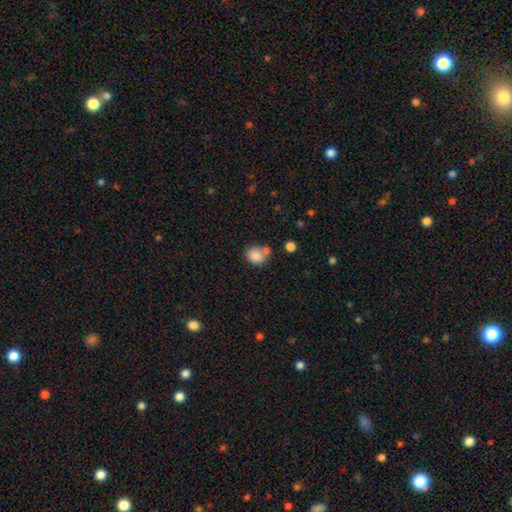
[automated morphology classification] A smooth galaxy with no disk features (84%) that is round (68%).

Vote fractions:
- Smooth or featured? smooth: 84% / star or artifact: 10% / featured or disk: 7%
- How rounded? round: 68% / in between: 31% / cigar-shaped: 1%
- Merging? none: 54% / merger: 28% / minor disturbance: 14% / major disturbance: 4%